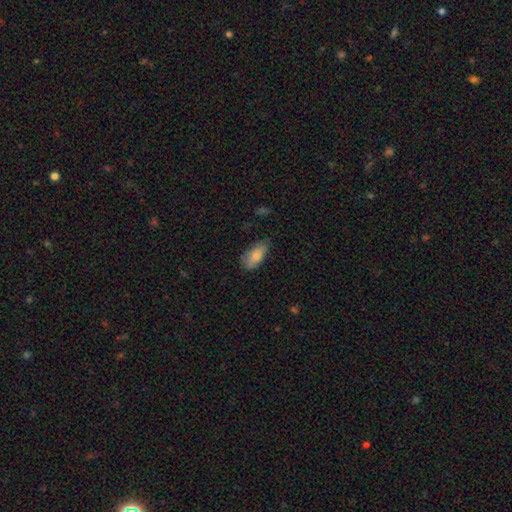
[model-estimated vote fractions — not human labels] smooth 81%, featured or disk 12%, star or artifact 7%. Down the decision tree: how rounded — in between (90%); merging — none (59%).